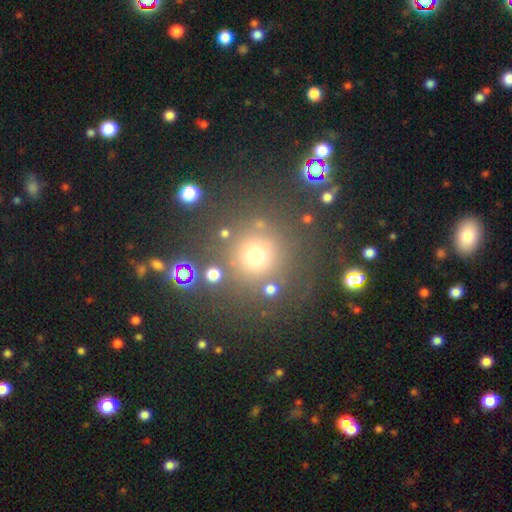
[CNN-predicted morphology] type=smooth (64%); roundness=round (93%); merging=none (78%).